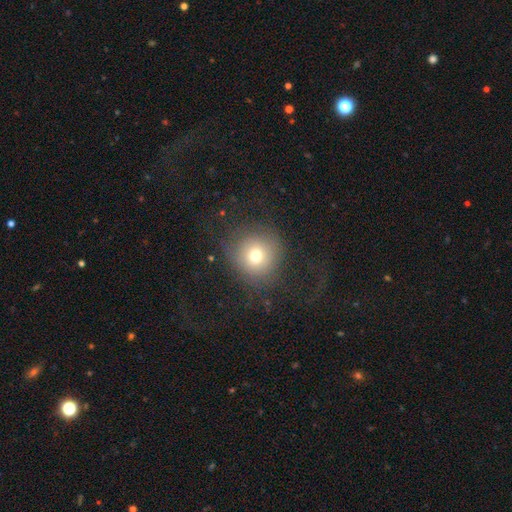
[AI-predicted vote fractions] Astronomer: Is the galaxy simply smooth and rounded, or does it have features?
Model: smooth — 69%.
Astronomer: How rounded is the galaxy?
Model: round — 91%.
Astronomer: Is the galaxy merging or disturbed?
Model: none — 68%.